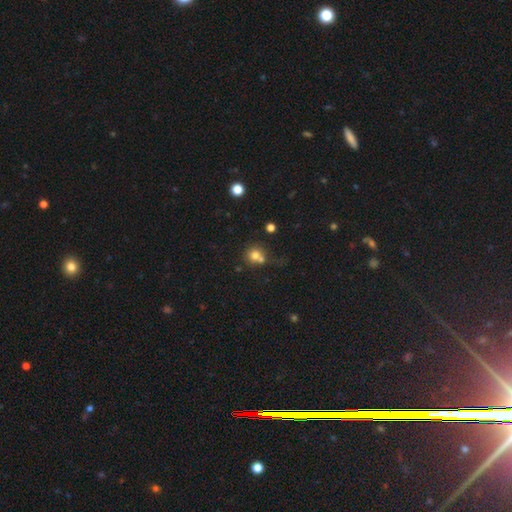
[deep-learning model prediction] smooth-or-featured: smooth: 73% | star or artifact: 14% | featured or disk: 13%
  how-rounded: round: 86% | in between: 13% | cigar-shaped: 1%
  merging: none: 43% | merger: 42% | minor disturbance: 10% | major disturbance: 6%